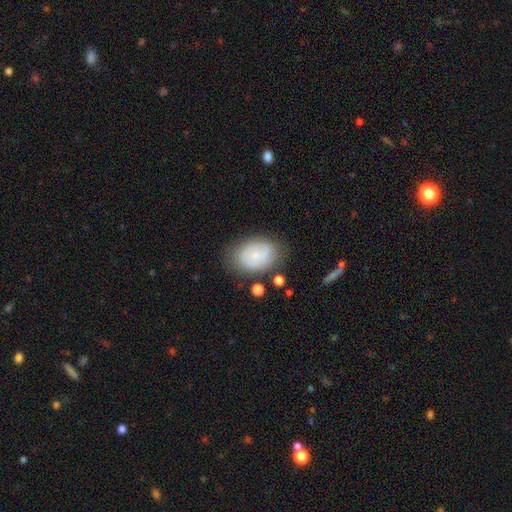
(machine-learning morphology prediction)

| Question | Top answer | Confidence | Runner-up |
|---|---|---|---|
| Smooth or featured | smooth | 54% | featured or disk (38%) |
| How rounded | in between | 71% | round (28%) |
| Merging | none | 69% | minor disturbance (20%) |